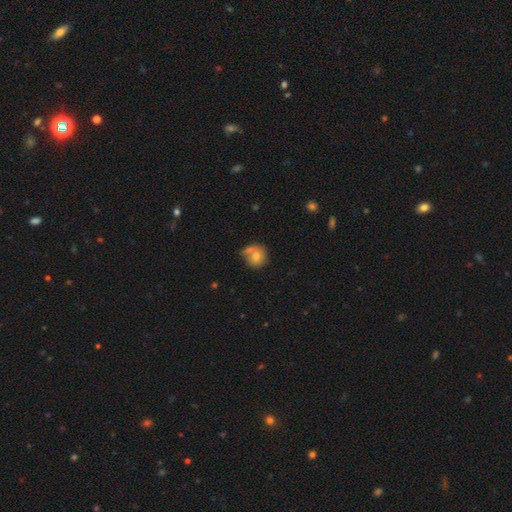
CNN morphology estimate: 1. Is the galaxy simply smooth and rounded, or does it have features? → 73% smooth, 18% featured or disk, 9% star or artifact.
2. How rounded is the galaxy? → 86% round, 13% in between, 1% cigar-shaped.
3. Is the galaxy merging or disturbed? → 49% none, 29% merger, 16% minor disturbance, 6% major disturbance.